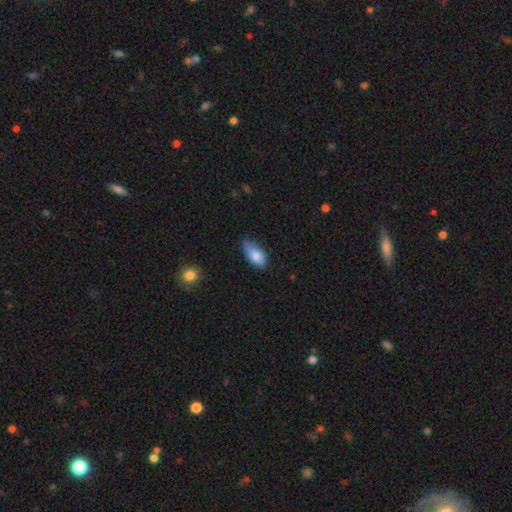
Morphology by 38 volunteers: Q: Smooth or featured?
A: smooth (87%); runner-up: featured or disk (8%)
Q: How rounded?
A: in between (91%); runner-up: cigar-shaped (9%)
Q: Merging?
A: none (44%); tied with: minor disturbance (44%)